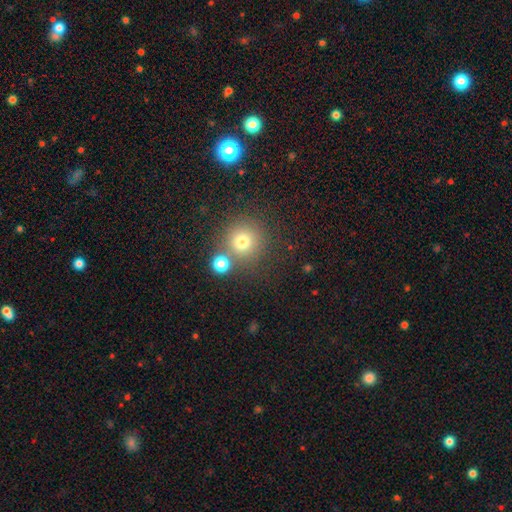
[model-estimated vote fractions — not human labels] Smooth or featured: smooth — 60% (star or artifact — 33%)
How rounded: round — 93% (in between — 6%)
Merging: none — 78% (merger — 13%)